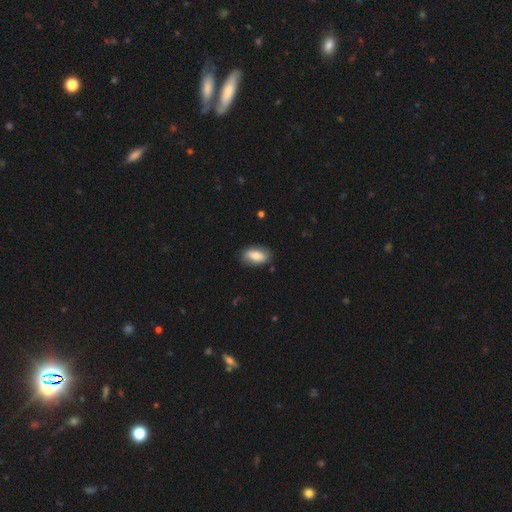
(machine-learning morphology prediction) The model was most divided on "smooth or featured": smooth: 74%, featured or disk: 19%, star or artifact: 7%. More confident: how rounded — in between (91%); merging — none (83%).